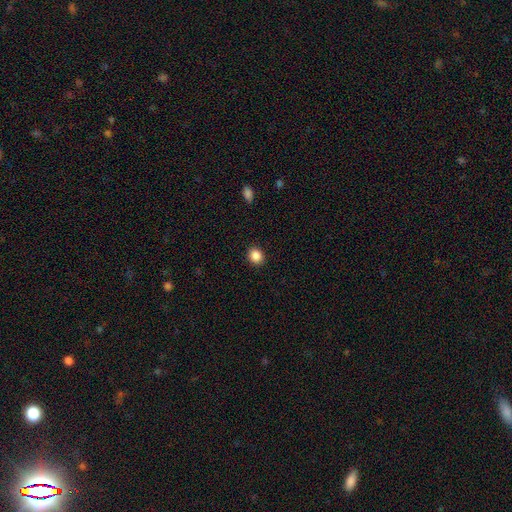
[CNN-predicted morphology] smooth 87%, star or artifact 10%, featured or disk 3%. Down the decision tree: how rounded — round (76%); merging — none (91%).